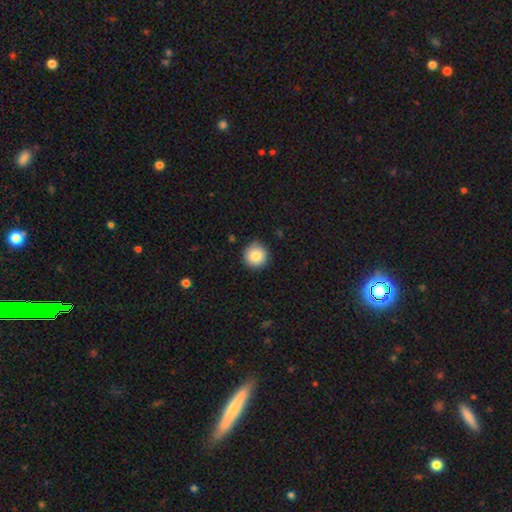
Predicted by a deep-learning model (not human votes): smooth-or-featured: smooth: 84% | star or artifact: 9% | featured or disk: 7%
  how-rounded: round: 95% | in between: 4% | cigar-shaped: 1%
  merging: none: 87% | minor disturbance: 10% | major disturbance: 2% | merger: 1%